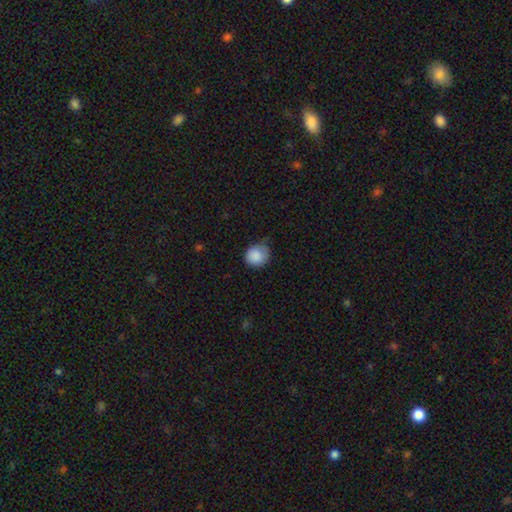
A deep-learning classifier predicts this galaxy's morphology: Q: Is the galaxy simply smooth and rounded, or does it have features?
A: smooth — 88%.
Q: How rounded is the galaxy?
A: round — 87%.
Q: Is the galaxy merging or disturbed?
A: none — 58%.